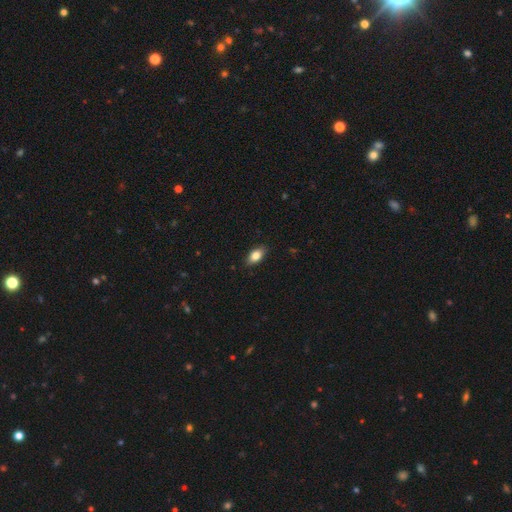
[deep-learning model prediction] A smooth galaxy with no disk features (83%) that is in between round and cigar-shaped (88%).

Vote fractions:
- Smooth or featured? smooth: 83% / featured or disk: 10% / star or artifact: 8%
- How rounded? in between: 88% / round: 6% / cigar-shaped: 6%
- Merging? none: 87% / minor disturbance: 10% / major disturbance: 2% / merger: 1%